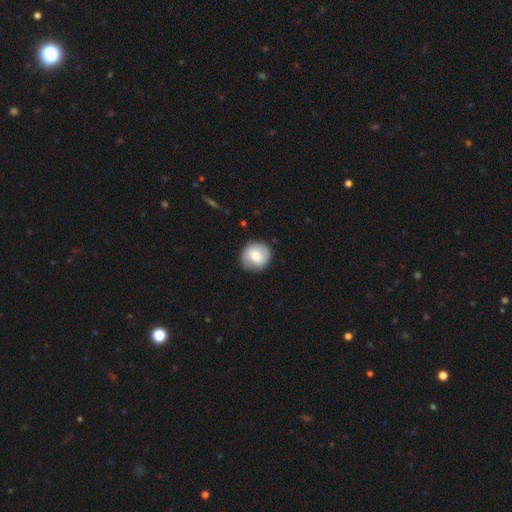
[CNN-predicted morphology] The model was most divided on "smooth or featured": smooth: 68%, featured or disk: 25%, star or artifact: 7%. More confident: how rounded — round (89%); merging — none (87%).